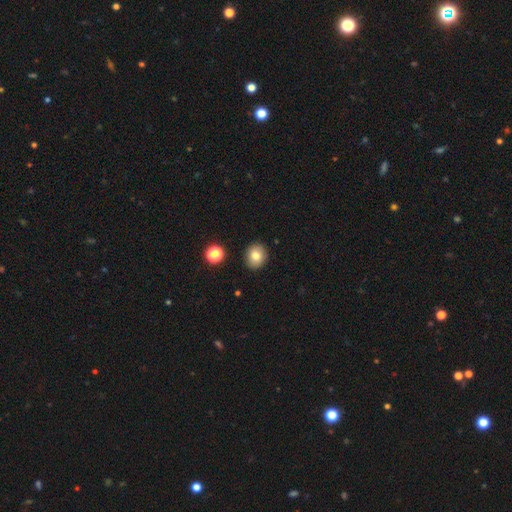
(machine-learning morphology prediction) smooth_or_featured: smooth (p=0.79) [alt: star or artifact p=0.11]
how_rounded: round (p=0.69) [alt: in between p=0.30]
merging: none (p=0.89) [alt: minor disturbance p=0.08]